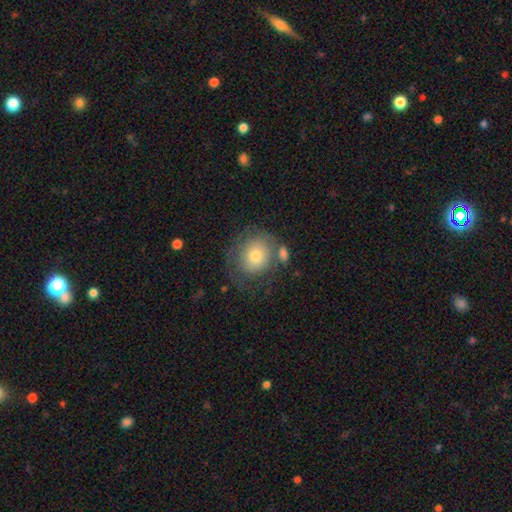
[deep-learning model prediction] smooth 67%, featured or disk 24%, star or artifact 8%. Down the decision tree: how rounded — round (77%); merging — none (55%).